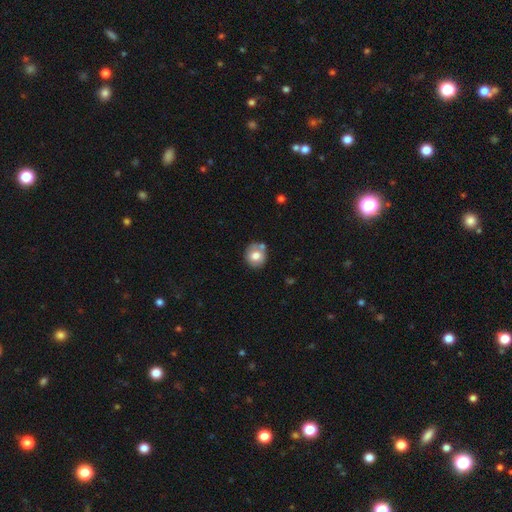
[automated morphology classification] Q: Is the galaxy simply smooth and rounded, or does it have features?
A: smooth — 72%.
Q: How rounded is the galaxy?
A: round — 79%.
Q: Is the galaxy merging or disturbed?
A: none — 63%.